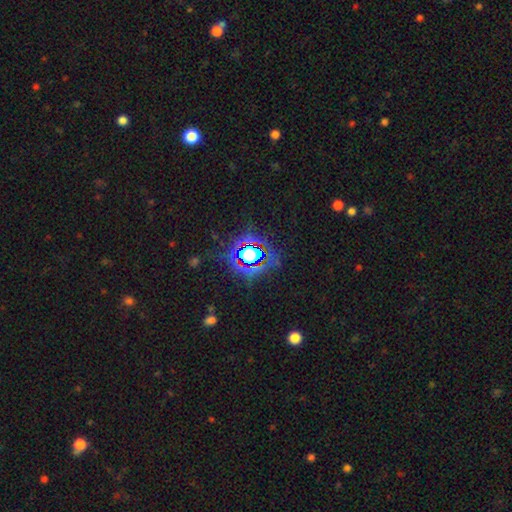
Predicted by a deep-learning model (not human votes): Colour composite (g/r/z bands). It shows a star or artifact, not a galaxy (80%).